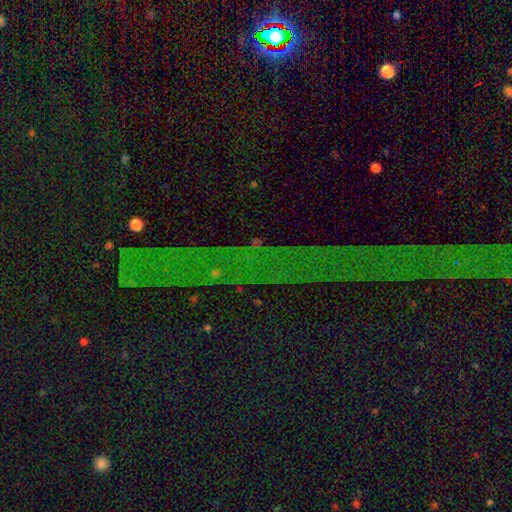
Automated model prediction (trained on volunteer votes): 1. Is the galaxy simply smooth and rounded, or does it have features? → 79% star or artifact, 11% featured or disk, 10% smooth.